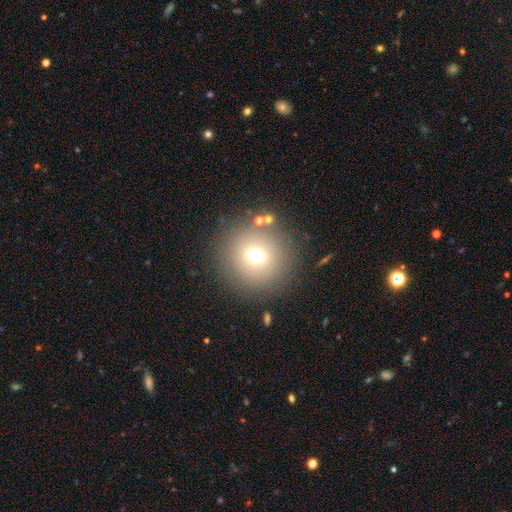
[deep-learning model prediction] Smooth or featured? smooth (67%)
How rounded? round (95%)
Merging? none (85%)